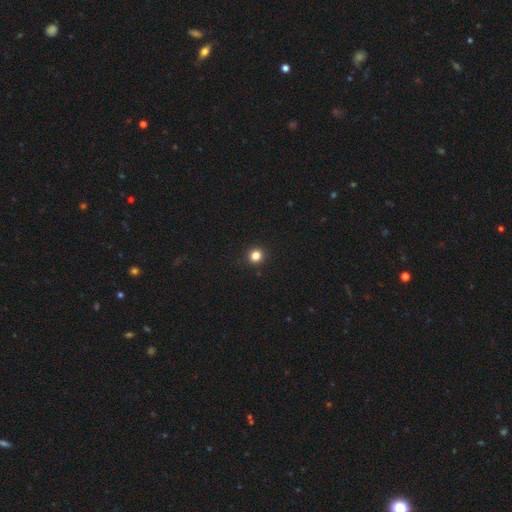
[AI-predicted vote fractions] Morphology: type=smooth (83%); roundness=round (91%); merging=none (93%).